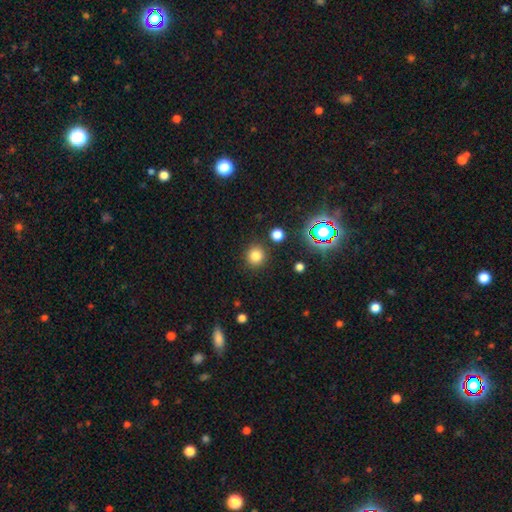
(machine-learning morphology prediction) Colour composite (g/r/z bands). It shows a smooth galaxy with no disk features (79%) that is round (91%). Merging: none (88%).